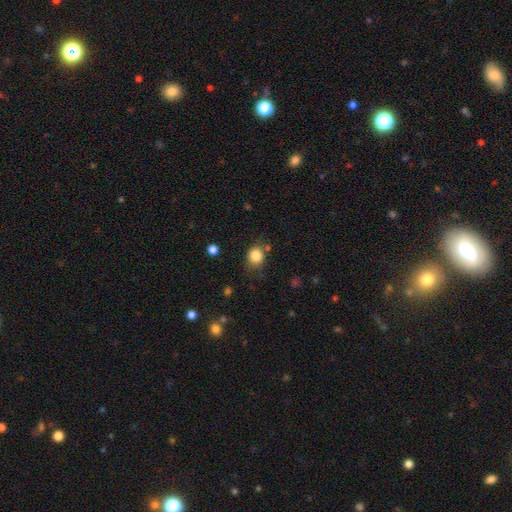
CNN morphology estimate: smooth 84%, star or artifact 10%, featured or disk 5%. Down the decision tree: how rounded — round (68%); merging — none (74%).